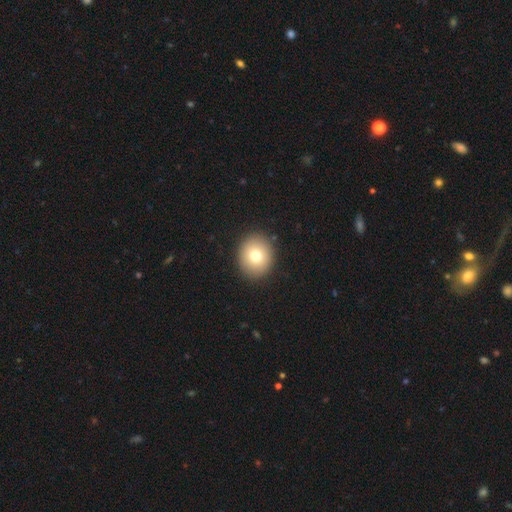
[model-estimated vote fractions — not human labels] Smooth or featured: smooth — 75% (featured or disk — 14%)
How rounded: round — 78% (in between — 21%)
Merging: none — 91% (minor disturbance — 6%)